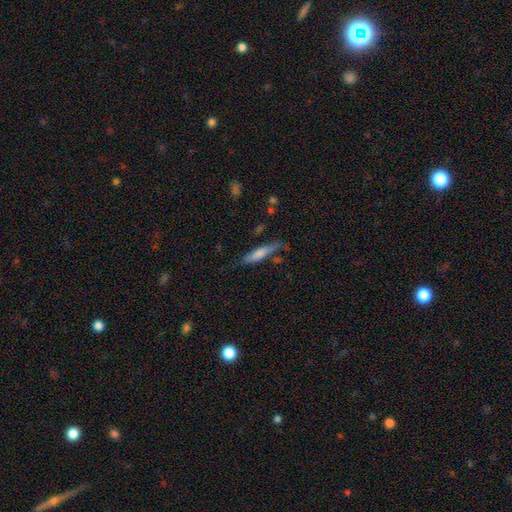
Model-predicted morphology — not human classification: This is possibly a featured or disk galaxy (46%). Merging: likely none (73%).